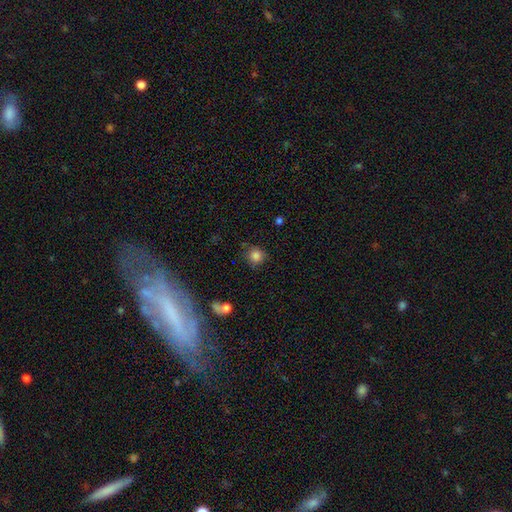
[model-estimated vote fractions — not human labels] A smooth galaxy with no disk features (83%) that is round (90%).

Vote fractions:
- Smooth or featured? smooth: 83% / star or artifact: 12% / featured or disk: 6%
- How rounded? round: 90% / in between: 9% / cigar-shaped: 1%
- Merging? none: 78% / minor disturbance: 15% / major disturbance: 4% / merger: 3%